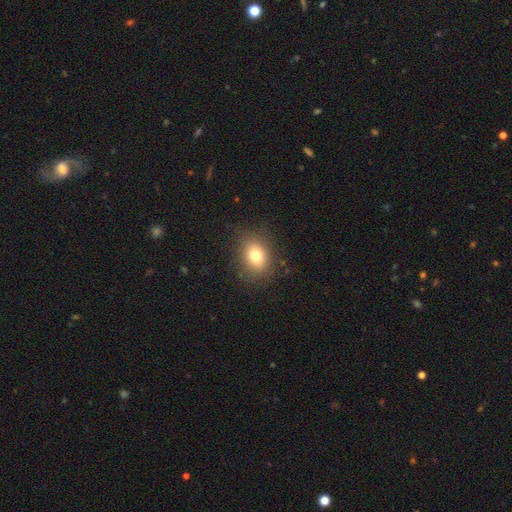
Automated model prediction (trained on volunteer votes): smooth 77%, star or artifact 12%, featured or disk 11%. Down the decision tree: how rounded — in between (56%); merging — none (84%).